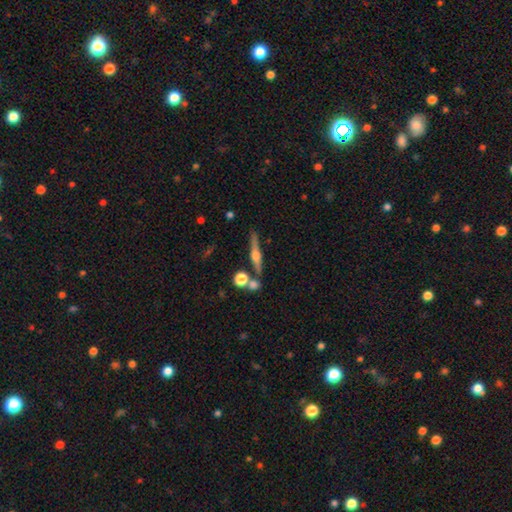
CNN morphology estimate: Q: Smooth or featured?
A: featured or disk (72%); runner-up: smooth (21%)
Q: Edge-on disk?
A: yes (97%); runner-up: no (3%)
Q: Edge-on bulge?
A: rounded (92%); runner-up: boxy (5%)
Q: Merging?
A: none (78%); runner-up: merger (10%)